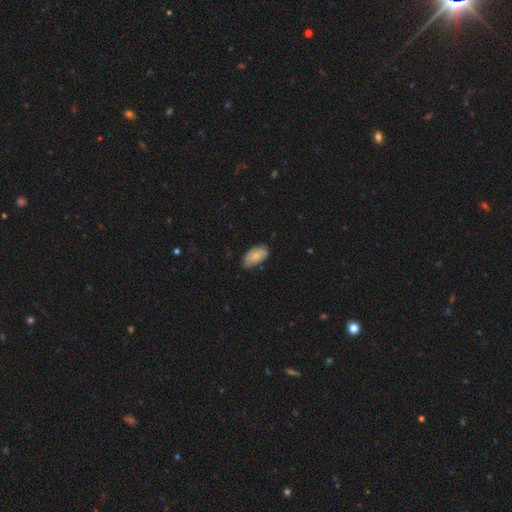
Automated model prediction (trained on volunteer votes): Overall: smooth (77%). How rounded: in between (94%). Merging: none (66%; minor disturbance 28%).